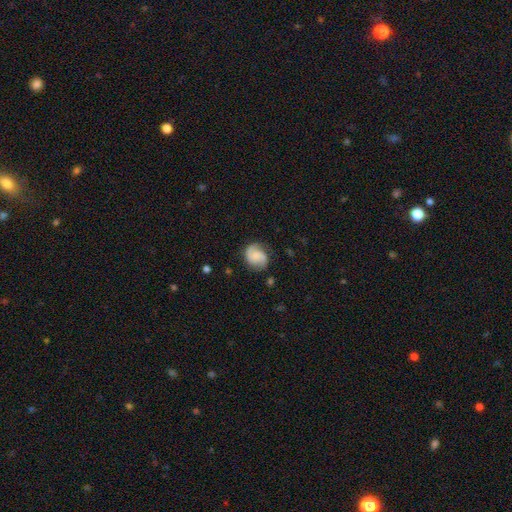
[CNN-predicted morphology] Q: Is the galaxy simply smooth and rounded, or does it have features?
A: featured or disk — 65%.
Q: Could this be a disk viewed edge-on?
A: no — 98%.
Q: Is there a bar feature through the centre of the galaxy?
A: no — 60%.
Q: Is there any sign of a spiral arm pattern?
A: yes — 95%.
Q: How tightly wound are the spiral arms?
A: medium — 47%.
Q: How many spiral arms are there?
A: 2 — 86%.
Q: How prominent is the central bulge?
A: none — 39%.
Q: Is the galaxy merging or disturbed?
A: none — 76%.